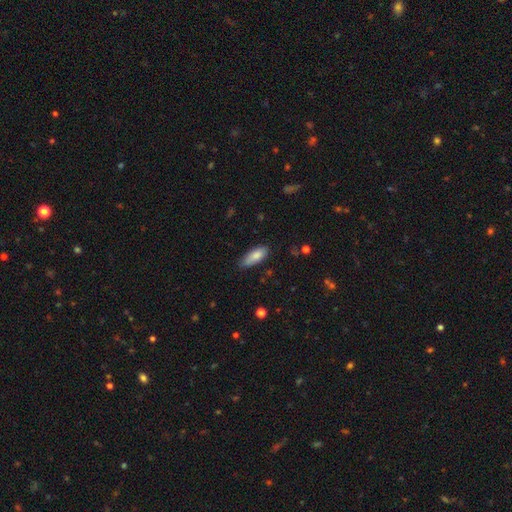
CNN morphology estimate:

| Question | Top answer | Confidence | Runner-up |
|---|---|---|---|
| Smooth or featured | smooth | 82% | featured or disk (11%) |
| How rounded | in between | 73% | cigar-shaped (25%) |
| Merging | none | 68% | minor disturbance (26%) |